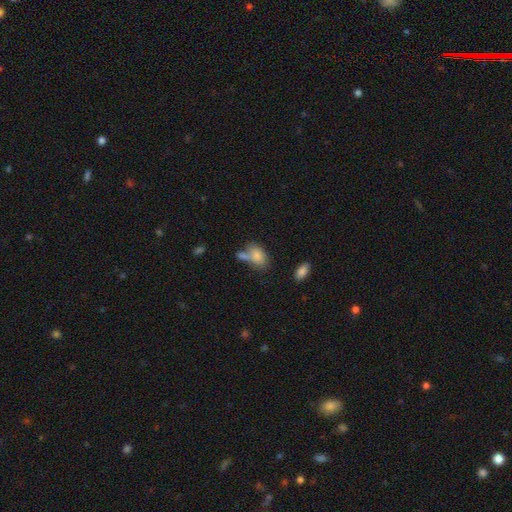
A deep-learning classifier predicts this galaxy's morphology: A smooth galaxy with no disk features (81%) that is in between round and cigar-shaped (88%). Merging: none (43%).